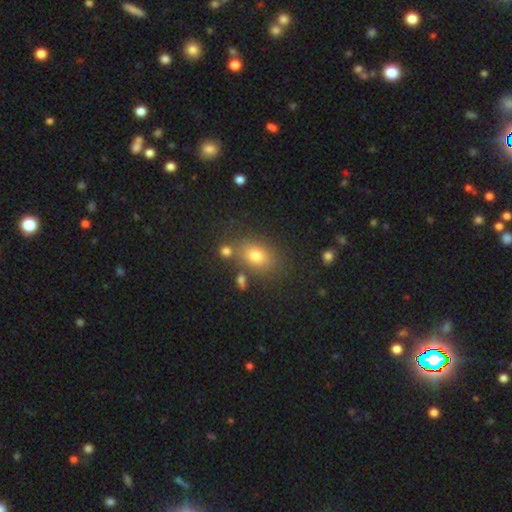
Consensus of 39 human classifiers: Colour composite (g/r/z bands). It shows a smooth galaxy with no disk features (74%) that is in between round and cigar-shaped (66%). Merging: none (69%).